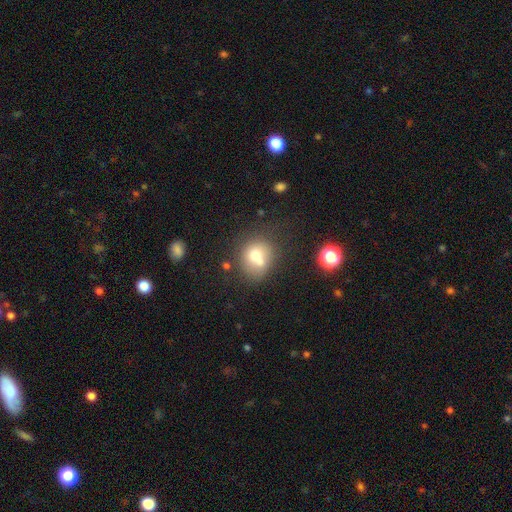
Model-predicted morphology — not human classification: The model was most divided on "merging": none: 41%, merger: 38%, minor disturbance: 14%, major disturbance: 7%. More confident: how rounded — round (71%); smooth or featured — smooth (66%).